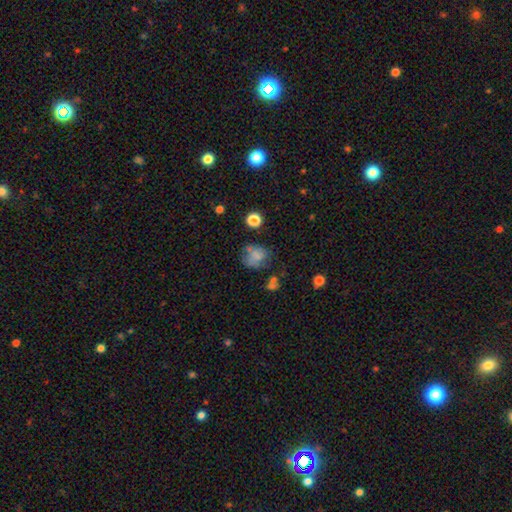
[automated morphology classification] Overall: smooth (66%). How rounded: round (59%; in between 40%). Merging: none (47%; minor disturbance 24%).